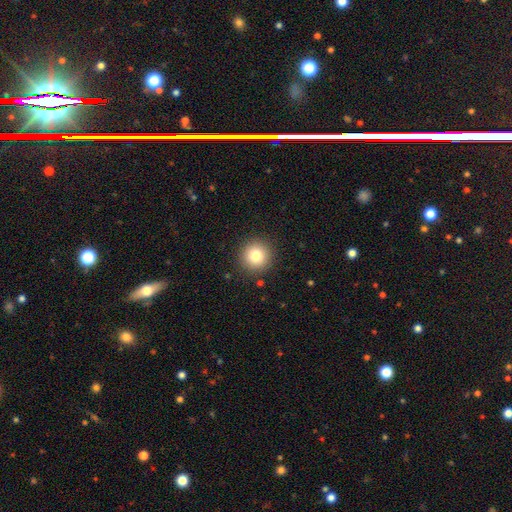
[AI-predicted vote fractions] smooth 80%, star or artifact 12%, featured or disk 9%. Down the decision tree: how rounded — round (95%); merging — none (90%).